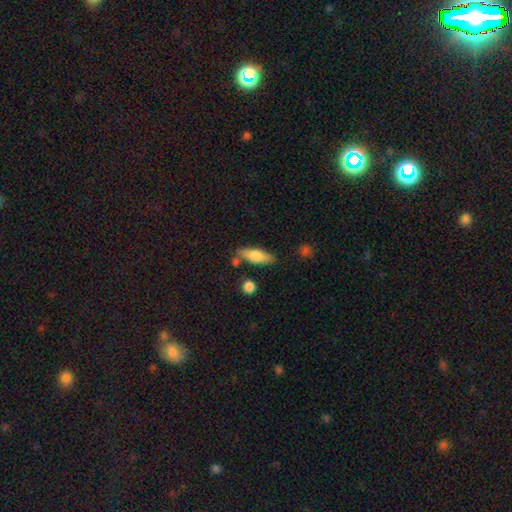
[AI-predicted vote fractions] Smooth or featured: smooth — 71% (featured or disk — 23%)
How rounded: in between — 57% (cigar-shaped — 40%)
Merging: none — 75% (minor disturbance — 15%)